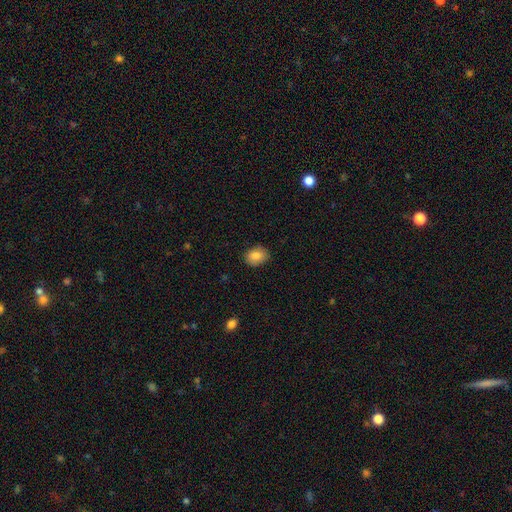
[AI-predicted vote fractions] Smooth or featured?
  - smooth: 85% *
  - star or artifact: 8%
  - featured or disk: 7%
How rounded?
  - in between: 60% *
  - round: 39%
  - cigar-shaped: 1%
Merging?
  - none: 85% *
  - minor disturbance: 12%
  - major disturbance: 2%
  - merger: 1%